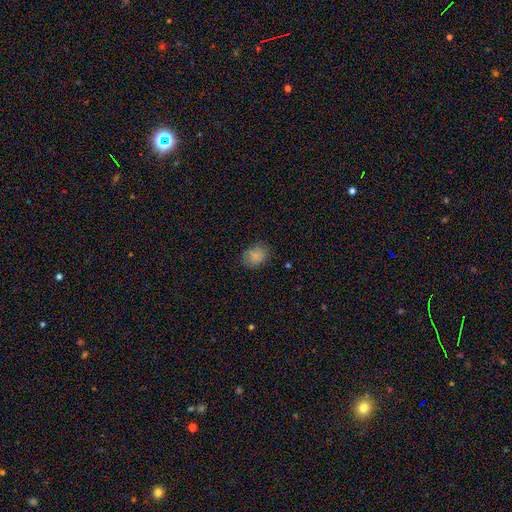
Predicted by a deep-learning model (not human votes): smooth 80%, star or artifact 11%, featured or disk 9%. Down the decision tree: how rounded — in between (55%); merging — none (77%).